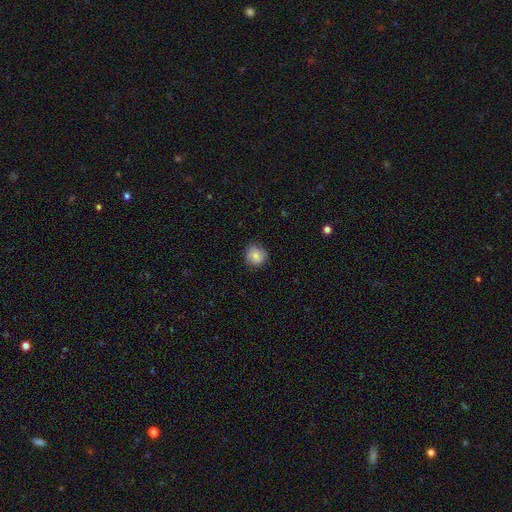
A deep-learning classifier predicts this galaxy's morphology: Smooth or featured? smooth (81%)
How rounded? round (87%)
Merging? none (83%)